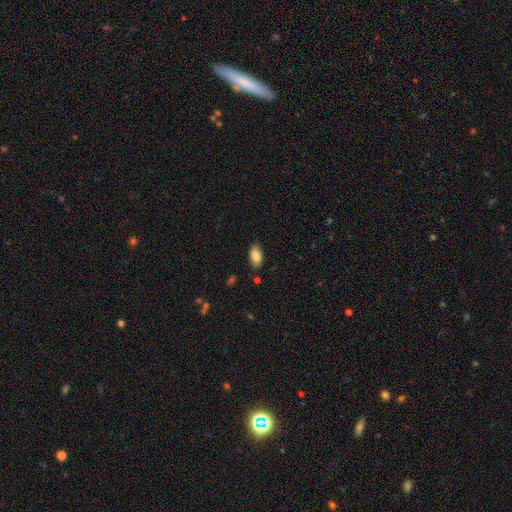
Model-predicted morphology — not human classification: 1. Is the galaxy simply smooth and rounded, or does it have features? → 84% smooth, 8% featured or disk, 7% star or artifact.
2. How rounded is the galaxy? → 92% in between, 5% cigar-shaped, 3% round.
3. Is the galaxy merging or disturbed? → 85% none, 11% minor disturbance, 2% major disturbance, 2% merger.